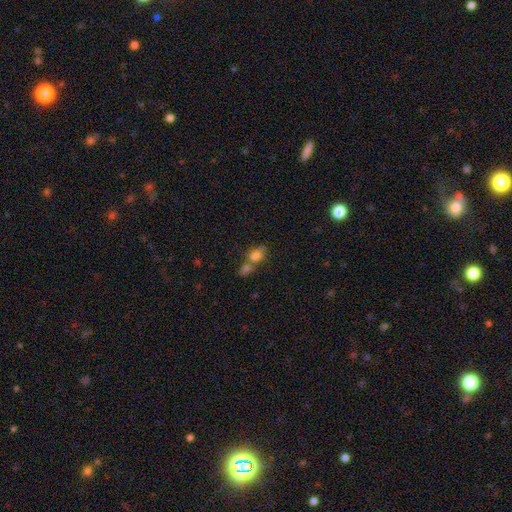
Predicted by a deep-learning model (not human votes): This is likely a smooth galaxy (76%). How rounded: possibly in between (56%). Merging: possibly merger (58%).